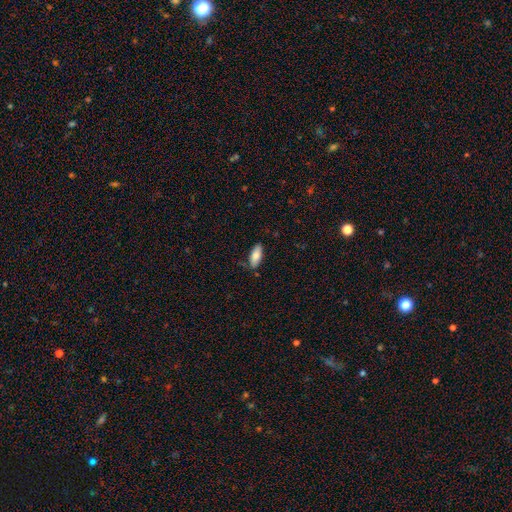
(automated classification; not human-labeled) smooth_or_featured: smooth (p=0.82) [alt: featured or disk p=0.12]
how_rounded: in between (p=0.79) [alt: cigar-shaped p=0.19]
merging: none (p=0.81) [alt: minor disturbance p=0.15]